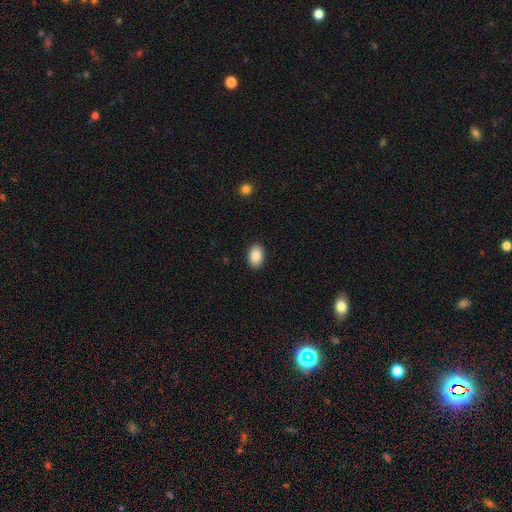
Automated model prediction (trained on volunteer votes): Smooth or featured? Predicted: smooth (p=0.87). How rounded? Predicted: in between (p=0.86). Merging? Predicted: none (p=0.90).